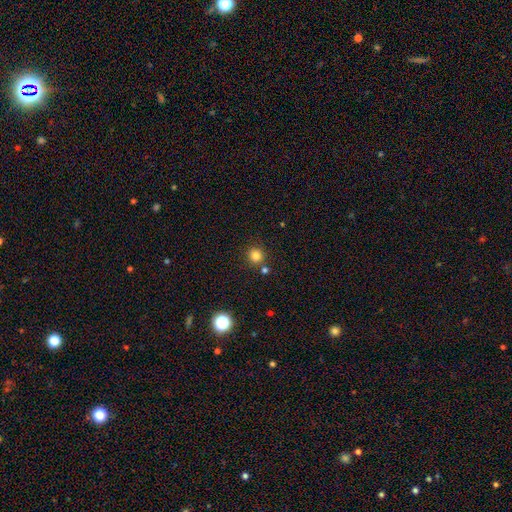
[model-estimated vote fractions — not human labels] A smooth galaxy with no disk features (81%) that is round (93%). Merging: none (82%).